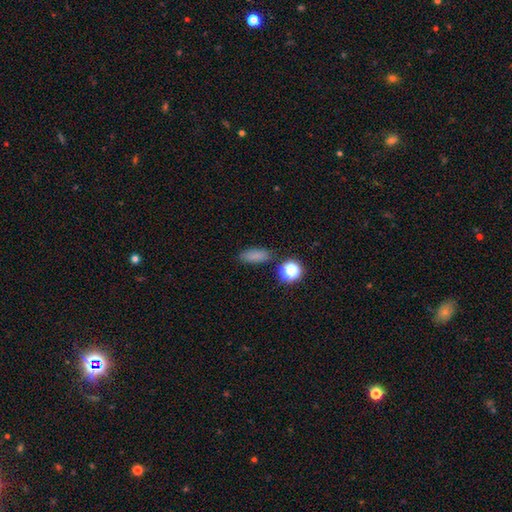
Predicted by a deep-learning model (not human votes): A smooth galaxy with no disk features (80%) that is in between round and cigar-shaped (70%).

Vote fractions:
- Smooth or featured? smooth: 80% / star or artifact: 15% / featured or disk: 6%
- How rounded? in between: 70% / cigar-shaped: 21% / round: 8%
- Merging? none: 82% / minor disturbance: 10% / merger: 5% / major disturbance: 3%